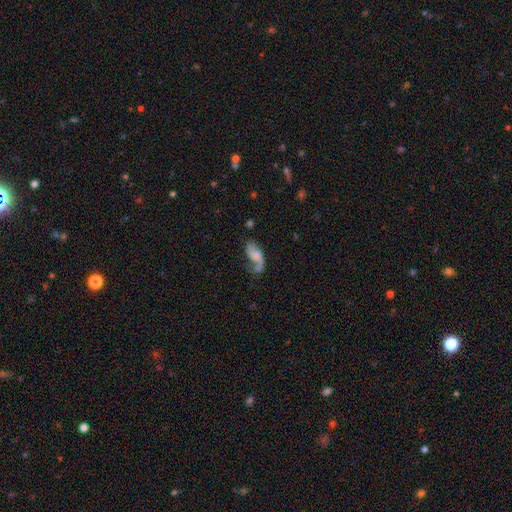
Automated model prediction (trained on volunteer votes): Morphology: type=featured or disk (55%); edge-on=no (94%); bar=no (65%); spiral arms=yes (83%); bulge=none (38%); merging=none (36%).